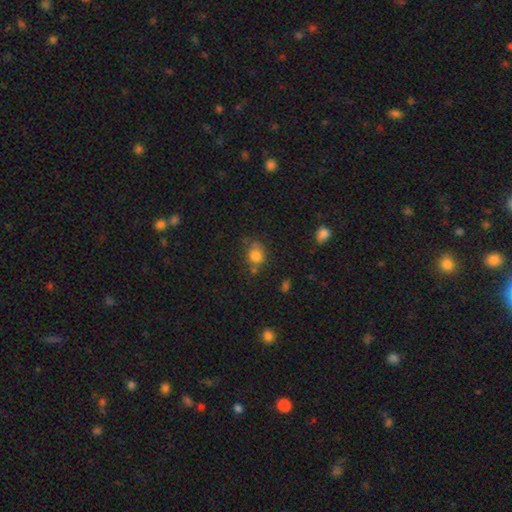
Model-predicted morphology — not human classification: smooth-or-featured: smooth: 78% | star or artifact: 12% | featured or disk: 10%
  how-rounded: round: 66% | in between: 33% | cigar-shaped: 1%
  merging: none: 56% | minor disturbance: 23% | merger: 12% | major disturbance: 9%